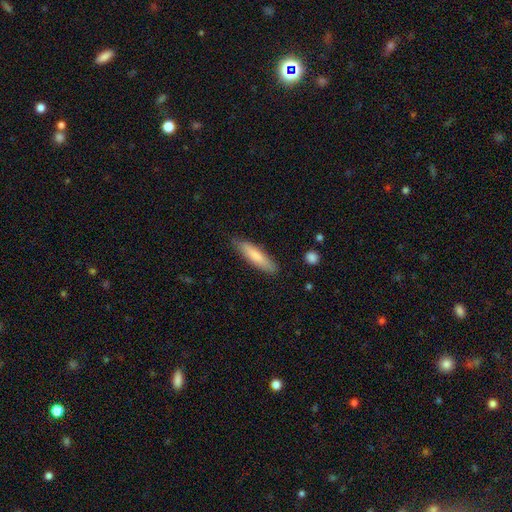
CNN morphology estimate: Smooth or featured: smooth — 79% (featured or disk — 16%)
How rounded: cigar-shaped — 77% (in between — 22%)
Merging: none — 84% (minor disturbance — 13%)